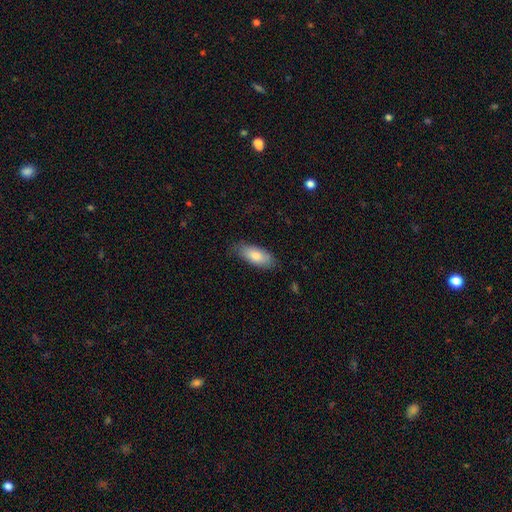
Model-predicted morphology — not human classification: This appears to be a smooth galaxy with no disk features (80%) that is in between round and cigar-shaped (84%). Merging: none (76%).